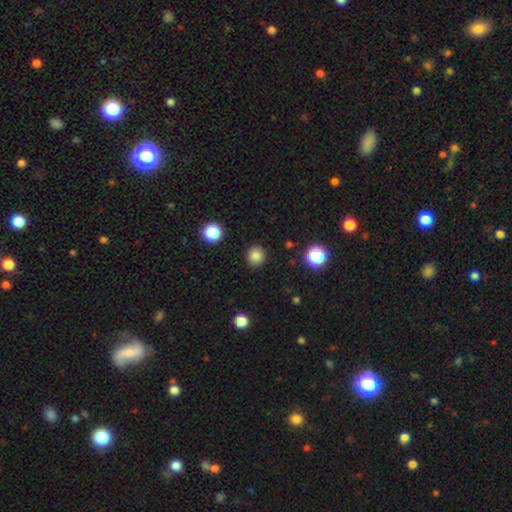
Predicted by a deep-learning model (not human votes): Morphology: type=smooth (83%); roundness=round (90%); merging=none (90%).